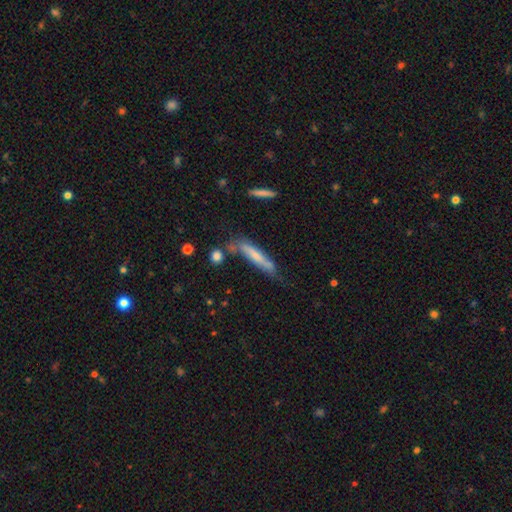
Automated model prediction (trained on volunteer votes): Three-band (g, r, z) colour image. It shows a smooth galaxy with no disk features (55%) that is cigar-shaped (89%). Merging: none (51%).